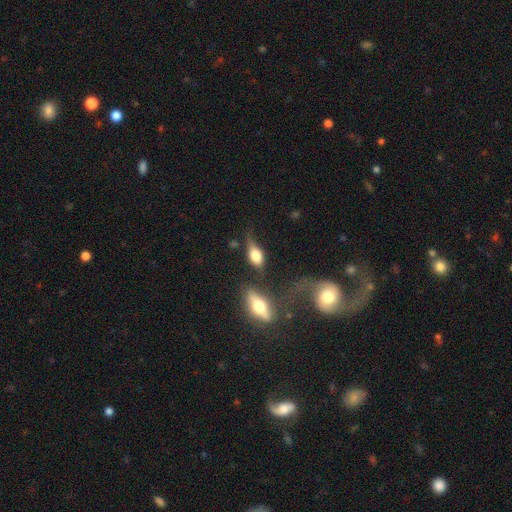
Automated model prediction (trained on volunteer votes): Smooth or featured? smooth (69%)
How rounded? in between (84%)
Merging? none (36%)